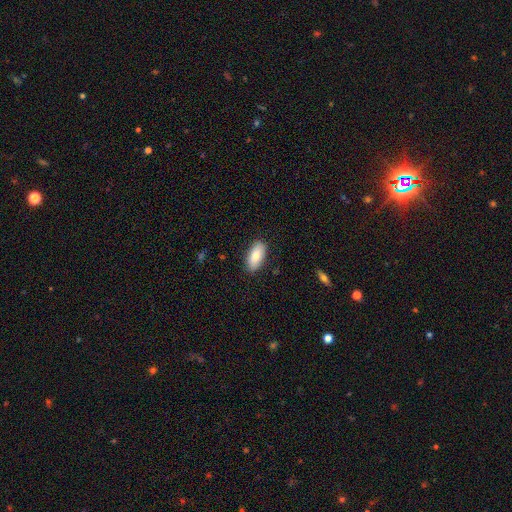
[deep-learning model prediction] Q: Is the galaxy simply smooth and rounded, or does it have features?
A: smooth — 81%.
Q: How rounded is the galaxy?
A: in between — 90%.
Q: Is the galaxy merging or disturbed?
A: none — 87%.